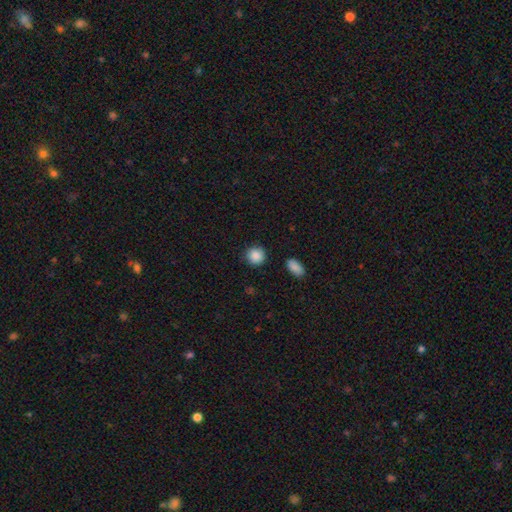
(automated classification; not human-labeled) This is clearly a smooth galaxy (89%). How rounded: clearly round (91%). Merging: clearly none (89%).